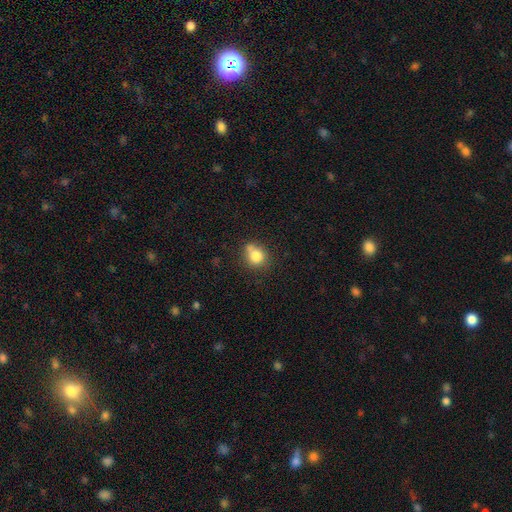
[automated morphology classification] type=smooth (80%); roundness=round (73%); merging=none (55%).